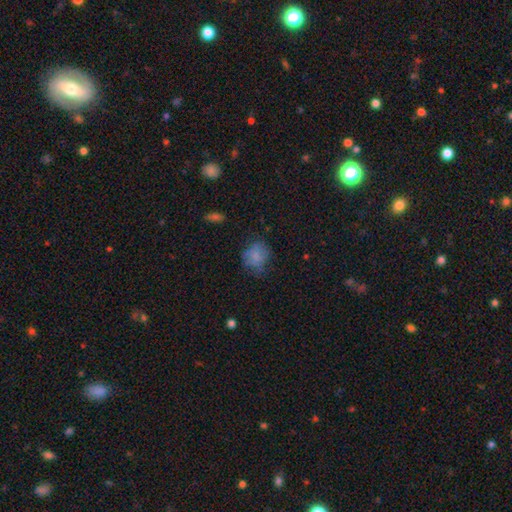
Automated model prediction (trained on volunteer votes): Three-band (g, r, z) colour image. It shows a smooth galaxy with no disk features (73%) that is round (66%). Merging: none (59%).